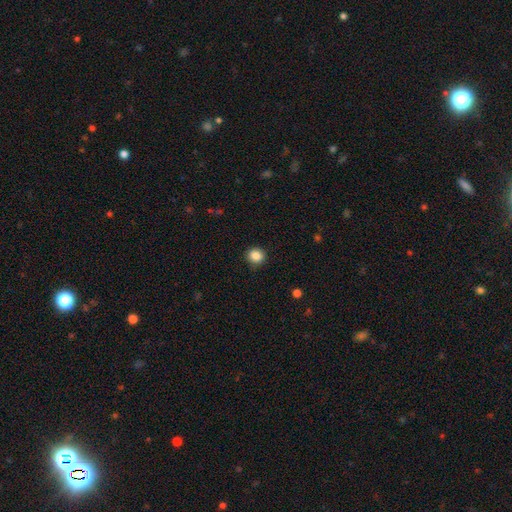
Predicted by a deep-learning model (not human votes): Smooth or featured?
  - smooth: 87% *
  - star or artifact: 10%
  - featured or disk: 3%
How rounded?
  - round: 83% *
  - in between: 16%
  - cigar-shaped: 1%
Merging?
  - none: 89% *
  - minor disturbance: 8%
  - major disturbance: 2%
  - merger: 1%